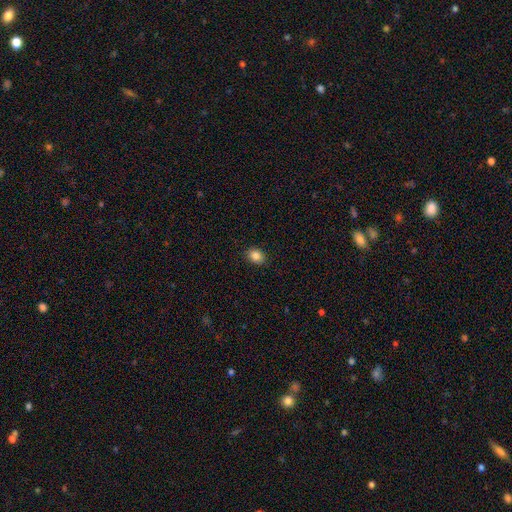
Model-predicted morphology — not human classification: The model was most divided on "how rounded": in between: 58%, round: 41%, cigar-shaped: 1%. More confident: merging — none (89%); smooth or featured — smooth (85%).